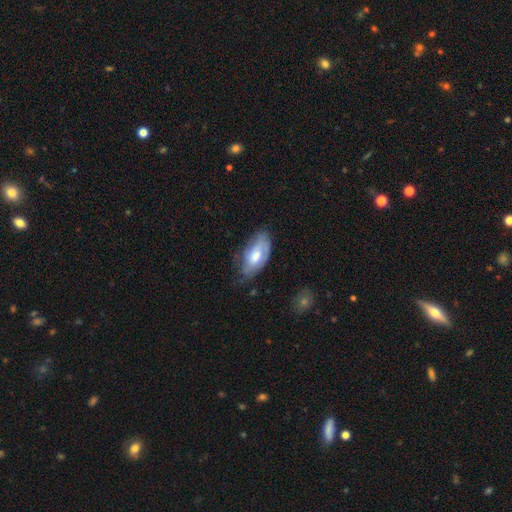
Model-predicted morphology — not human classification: This is possibly a smooth galaxy (54%). How rounded: clearly in between (91%). Merging: possibly none (57%).